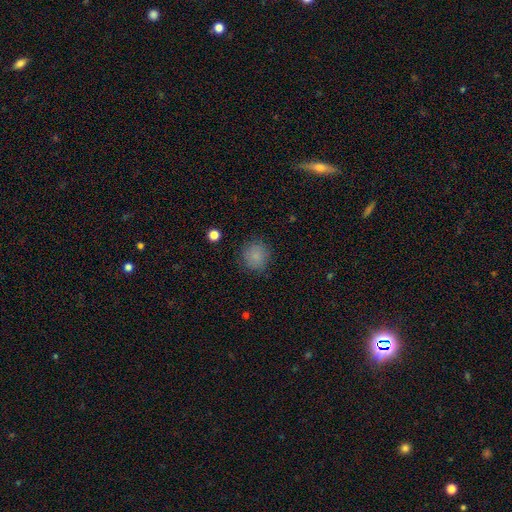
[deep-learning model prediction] The model was most divided on "smooth or featured": smooth: 84%, star or artifact: 11%, featured or disk: 5%. More confident: how rounded — round (90%); merging — none (85%).